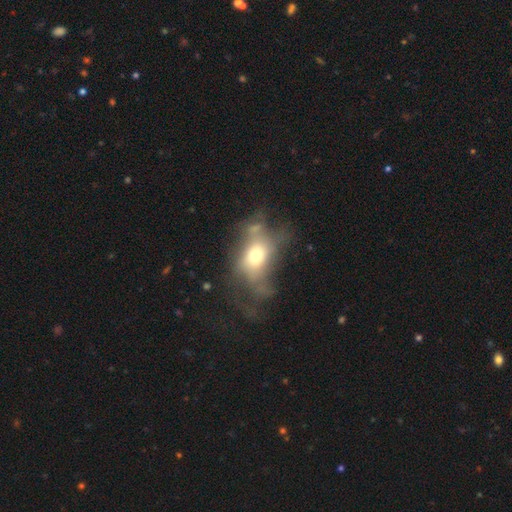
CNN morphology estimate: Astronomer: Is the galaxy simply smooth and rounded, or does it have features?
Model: smooth — 52% (runner-up: featured or disk, 36%).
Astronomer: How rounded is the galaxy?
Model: in between — 71%.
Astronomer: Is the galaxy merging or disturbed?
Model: major disturbance — 46% (runner-up: none, 25%).